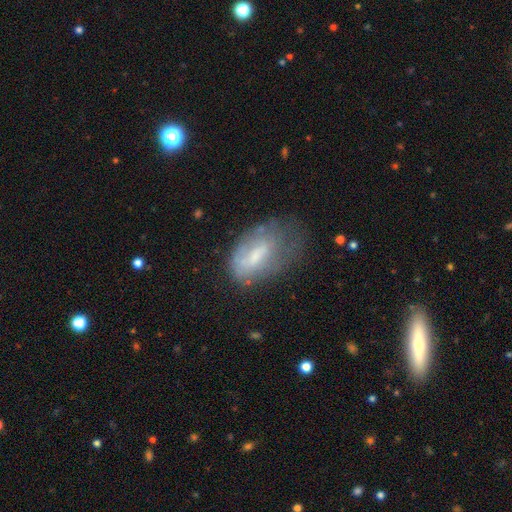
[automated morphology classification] Overall: smooth (48%; featured or disk 43%). Merging: none (36%; minor disturbance 32%).